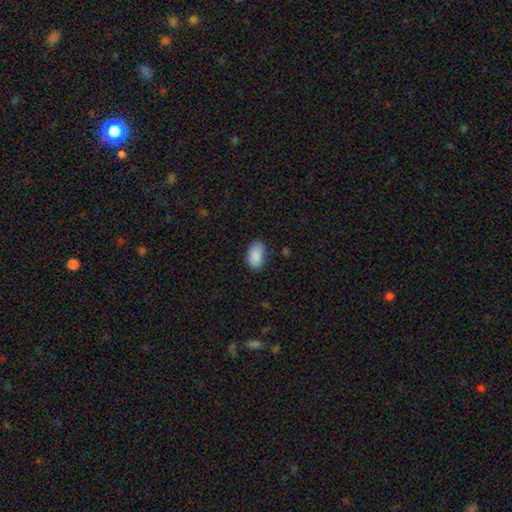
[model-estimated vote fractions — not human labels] A smooth galaxy with no disk features (89%) that is in between round and cigar-shaped (93%). Merging: none (77%).